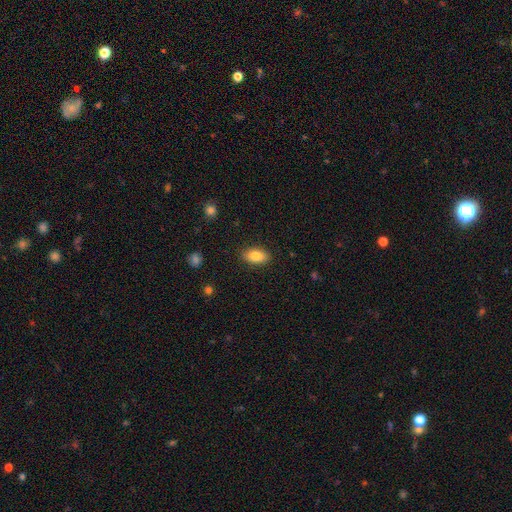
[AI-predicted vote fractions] A smooth galaxy with no disk features (82%) that is in between round and cigar-shaped (89%). Merging: none (87%).